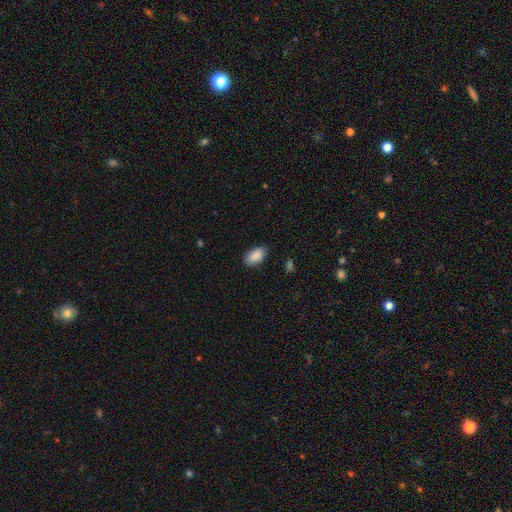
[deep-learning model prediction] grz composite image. It shows a smooth galaxy with no disk features (90%) that is in between round and cigar-shaped (94%). Merging: none (84%).